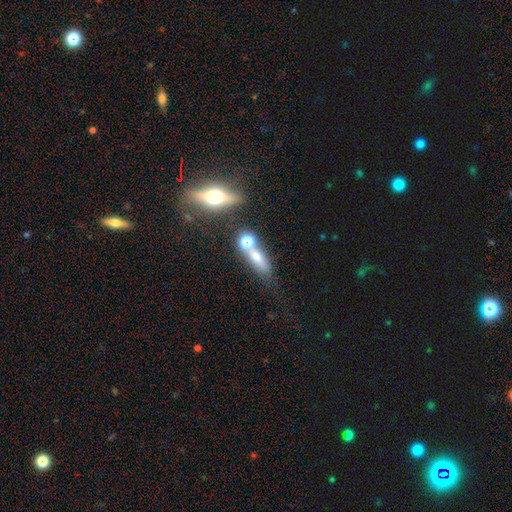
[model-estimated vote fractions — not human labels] This appears to be a smooth galaxy with no disk features (53%) that is cigar-shaped (44%). Merging: none (43%).